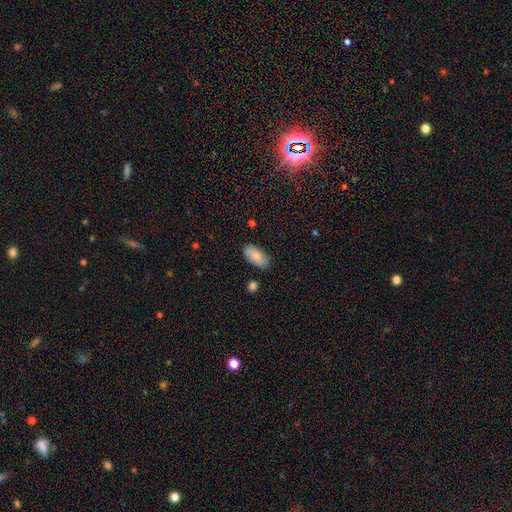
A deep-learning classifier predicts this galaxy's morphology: A smooth galaxy with no disk features (86%) that is in between round and cigar-shaped (93%). Merging: none (83%).